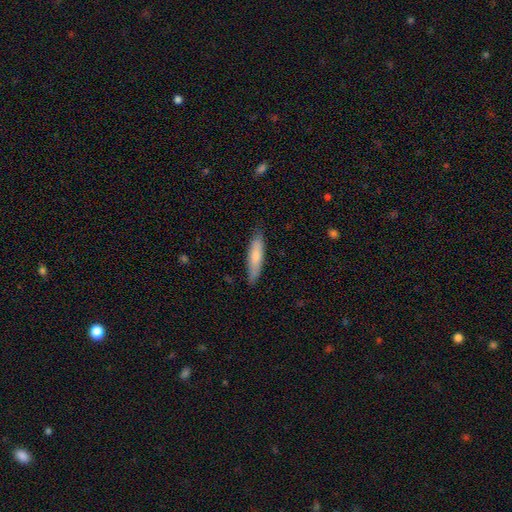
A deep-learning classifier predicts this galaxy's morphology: A smooth galaxy with no disk features (72%) that is cigar-shaped (69%). Merging: none (81%).